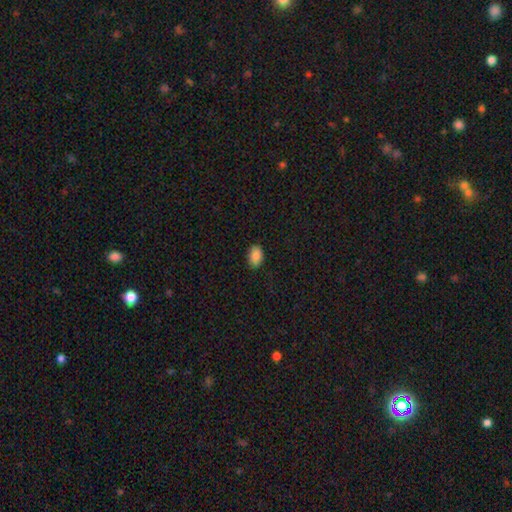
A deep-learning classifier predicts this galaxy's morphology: smooth 88%, star or artifact 8%, featured or disk 5%. Down the decision tree: how rounded — in between (89%); merging — none (88%).